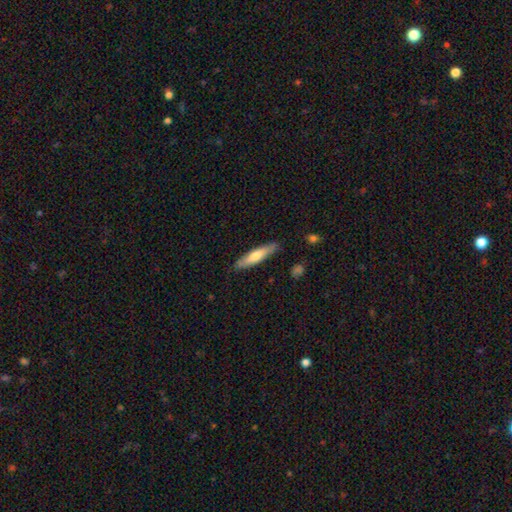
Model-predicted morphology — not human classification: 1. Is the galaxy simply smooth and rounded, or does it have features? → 62% smooth, 33% featured or disk, 5% star or artifact.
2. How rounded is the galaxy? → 81% cigar-shaped, 18% in between, 1% round.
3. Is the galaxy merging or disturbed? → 86% none, 10% minor disturbance, 2% major disturbance, 1% merger.